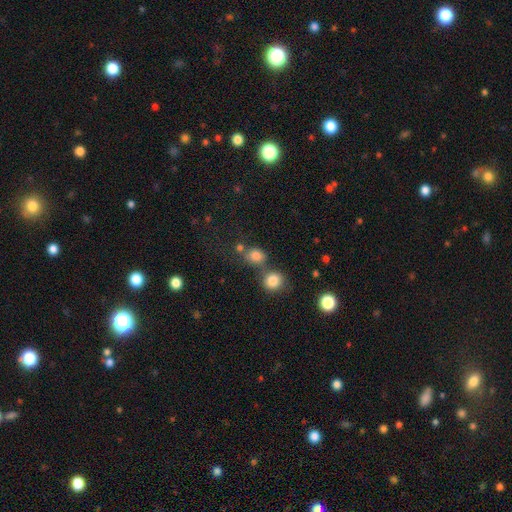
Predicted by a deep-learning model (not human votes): Smooth or featured? smooth (80%)
How rounded? round (61%)
Merging? none (54%)